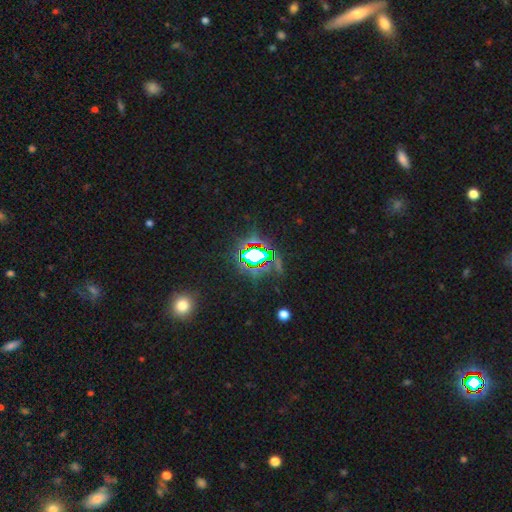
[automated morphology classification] A star or artifact, not a galaxy (76%).